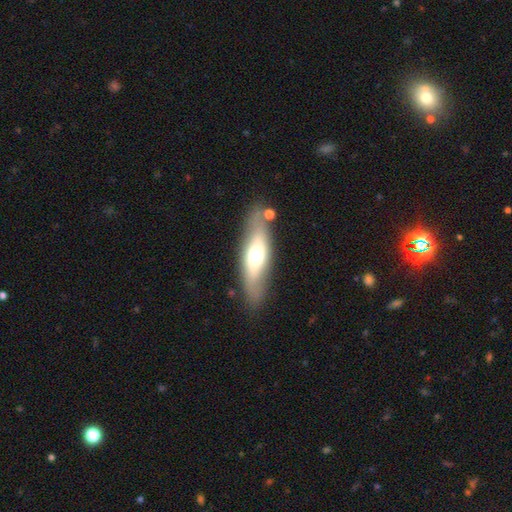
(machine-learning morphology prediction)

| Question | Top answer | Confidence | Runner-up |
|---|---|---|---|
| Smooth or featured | smooth | 50% | featured or disk (43%) |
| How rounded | cigar-shaped | 50% | in between (47%) |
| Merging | none | 78% | minor disturbance (13%) |